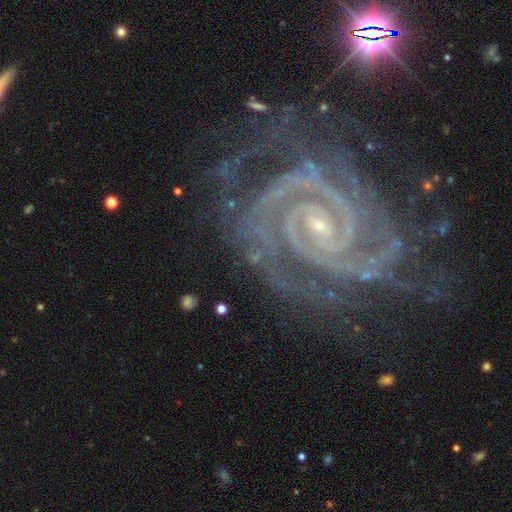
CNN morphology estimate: featured or disk 90%, star or artifact 7%, smooth 4%. Down the decision tree: edge-on disk — no (98%); bar — weak (38%); spiral arms — yes (98%); spiral arm count — 2 (48%); spiral winding — tight (78%); bulge size — small (73%); merging — none (70%).